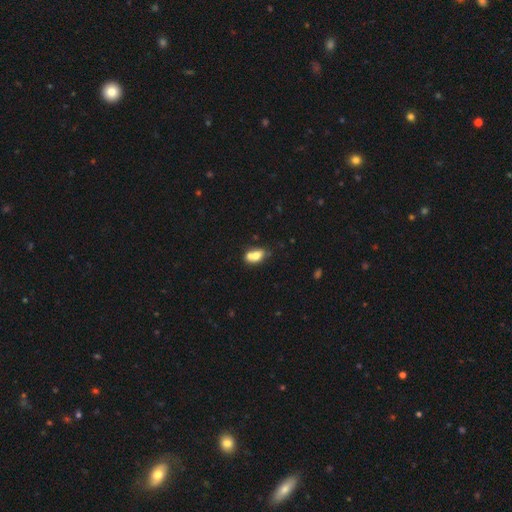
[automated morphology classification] Smooth or featured? smooth (69%)
How rounded? in between (78%)
Merging? merger (48%)